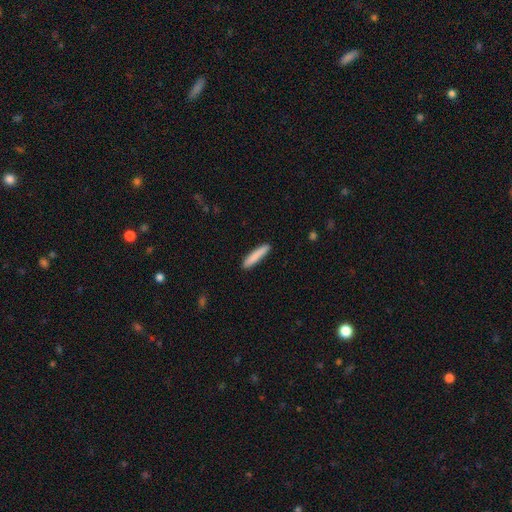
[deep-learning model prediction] Smooth or featured: smooth — 85% (featured or disk — 10%)
How rounded: cigar-shaped — 90% (in between — 9%)
Merging: none — 90% (minor disturbance — 8%)